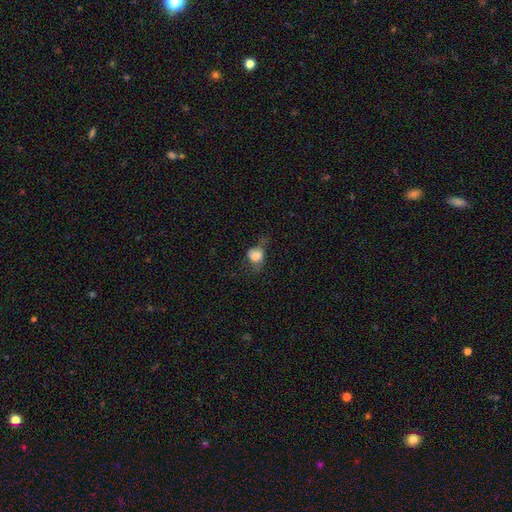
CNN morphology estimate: A smooth galaxy with no disk features (72%) that is round (50%).

Vote fractions:
- Smooth or featured? smooth: 72% / featured or disk: 18% / star or artifact: 10%
- How rounded? round: 50% / in between: 48% / cigar-shaped: 2%
- Merging? none: 34% / major disturbance: 31% / minor disturbance: 31% / merger: 4%